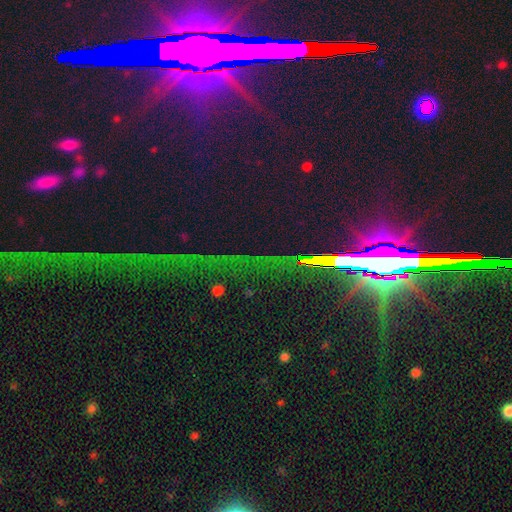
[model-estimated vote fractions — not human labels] A star or artifact, not a galaxy (83%).